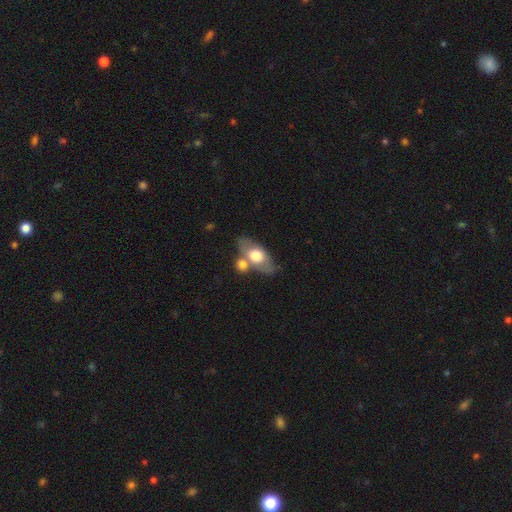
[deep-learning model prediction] smooth 58%, featured or disk 36%, star or artifact 6%. Down the decision tree: how rounded — in between (81%); merging — none (48%).